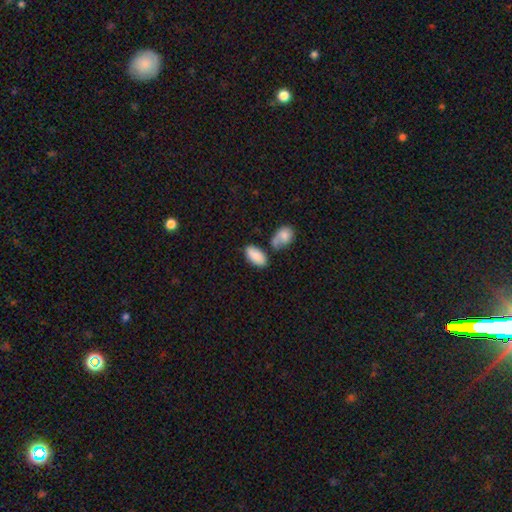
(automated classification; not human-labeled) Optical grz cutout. It shows a smooth galaxy with no disk features (86%) that is in between round and cigar-shaped (94%). Merging: none (58%).